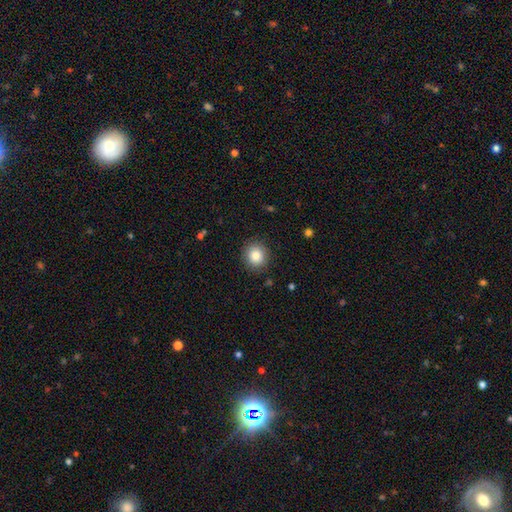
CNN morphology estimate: Q: Smooth or featured?
A: smooth (83%); runner-up: star or artifact (9%)
Q: How rounded?
A: round (89%); runner-up: in between (10%)
Q: Merging?
A: none (89%); runner-up: minor disturbance (8%)